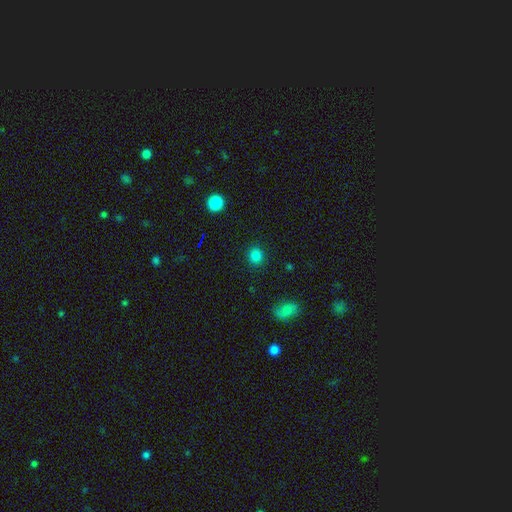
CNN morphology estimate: smooth 83%, star or artifact 13%, featured or disk 4%. Down the decision tree: how rounded — round (86%); merging — none (90%).